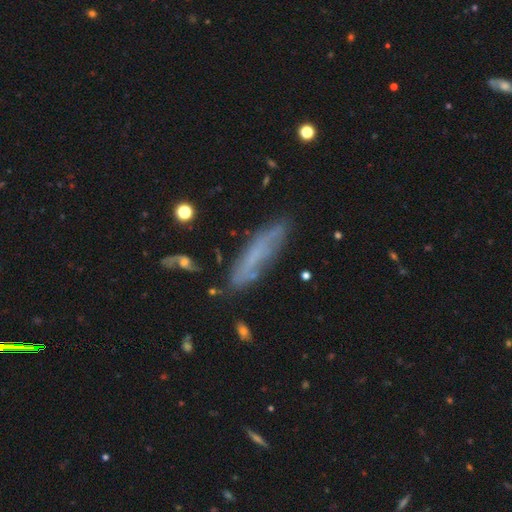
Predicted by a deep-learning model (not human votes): This appears to be a smooth galaxy with no disk features (53%) that is cigar-shaped (79%). Merging: none (75%).